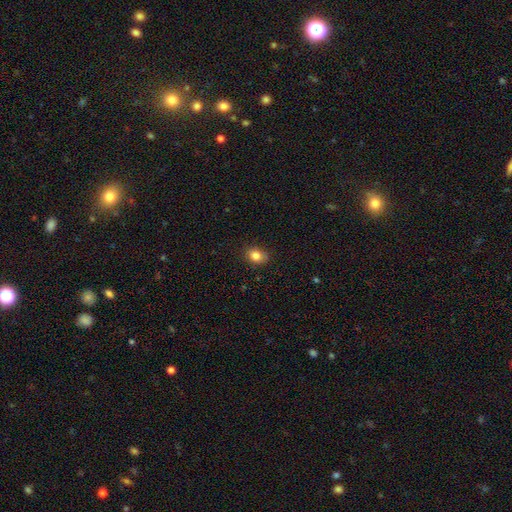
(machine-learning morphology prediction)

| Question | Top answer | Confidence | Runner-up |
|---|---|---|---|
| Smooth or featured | smooth | 84% | star or artifact (10%) |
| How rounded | in between | 61% | round (38%) |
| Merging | none | 82% | minor disturbance (14%) |